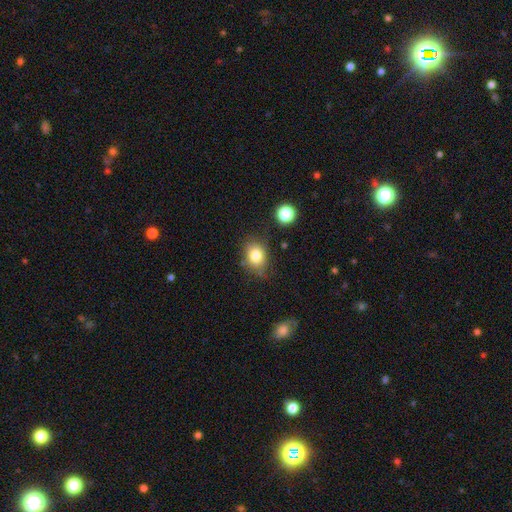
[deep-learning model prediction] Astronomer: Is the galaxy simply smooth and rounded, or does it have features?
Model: smooth — 81%.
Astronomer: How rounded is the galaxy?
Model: in between — 56% (runner-up: round, 43%).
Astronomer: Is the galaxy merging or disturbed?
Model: none — 74%.